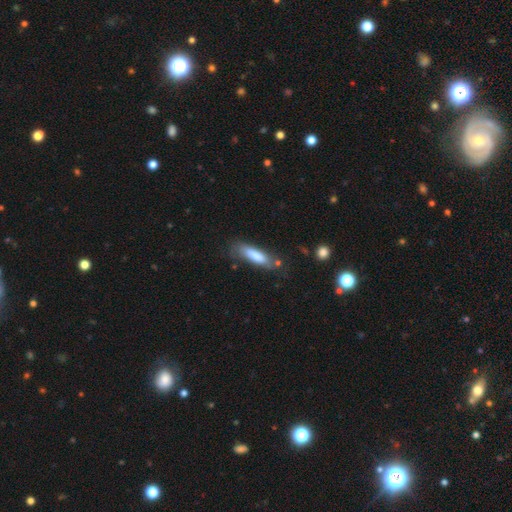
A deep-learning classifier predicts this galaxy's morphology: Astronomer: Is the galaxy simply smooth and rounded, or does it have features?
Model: smooth — 78%.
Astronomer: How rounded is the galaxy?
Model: cigar-shaped — 61% (runner-up: in between, 38%).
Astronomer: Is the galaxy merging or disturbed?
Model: none — 66%.